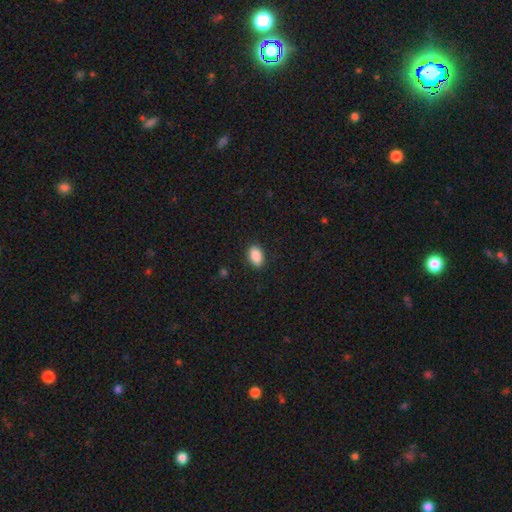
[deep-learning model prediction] A smooth galaxy with no disk features (89%) that is in between round and cigar-shaped (90%). Merging: none (88%).